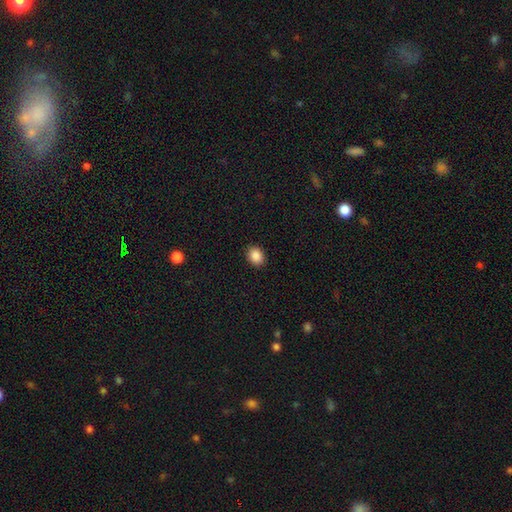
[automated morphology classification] The model was most divided on "how rounded": round: 54%, in between: 45%, cigar-shaped: 1%. More confident: merging — none (90%); smooth or featured — smooth (87%).